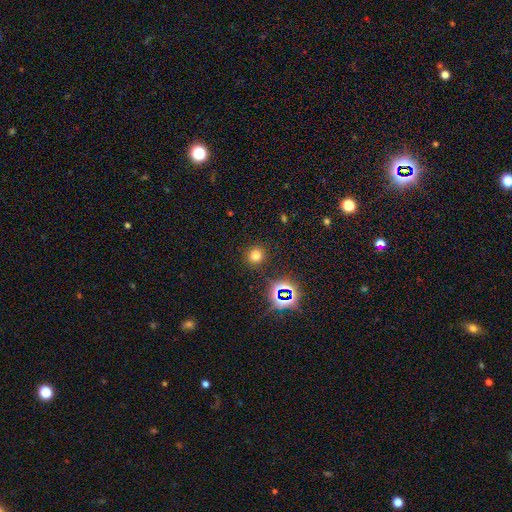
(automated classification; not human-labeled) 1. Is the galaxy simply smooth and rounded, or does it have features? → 70% smooth, 23% star or artifact, 7% featured or disk.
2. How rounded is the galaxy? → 88% round, 11% in between, 1% cigar-shaped.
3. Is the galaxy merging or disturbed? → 89% none, 6% minor disturbance, 3% major disturbance, 2% merger.